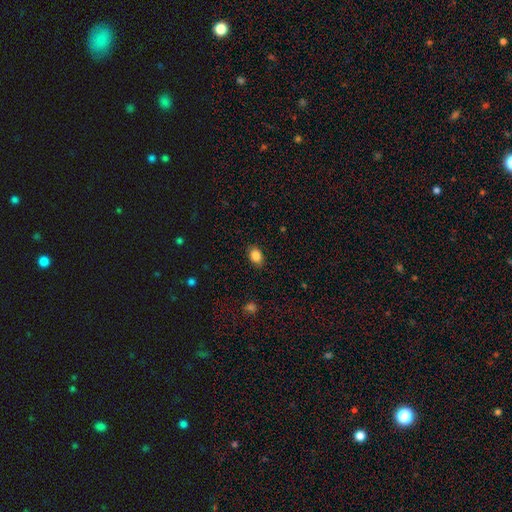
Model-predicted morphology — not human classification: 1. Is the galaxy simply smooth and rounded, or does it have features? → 86% smooth, 9% star or artifact, 5% featured or disk.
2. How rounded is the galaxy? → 74% in between, 25% round, 1% cigar-shaped.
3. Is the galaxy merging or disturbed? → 86% none, 11% minor disturbance, 2% major disturbance, 1% merger.